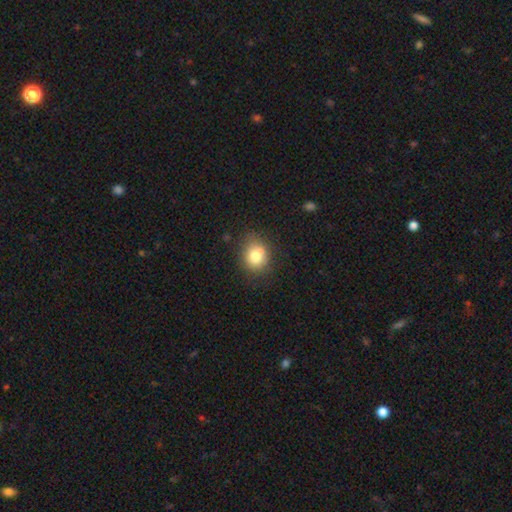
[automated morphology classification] Smooth or featured: smooth — 78% (featured or disk — 11%)
How rounded: round — 67% (in between — 32%)
Merging: none — 70% (minor disturbance — 17%)